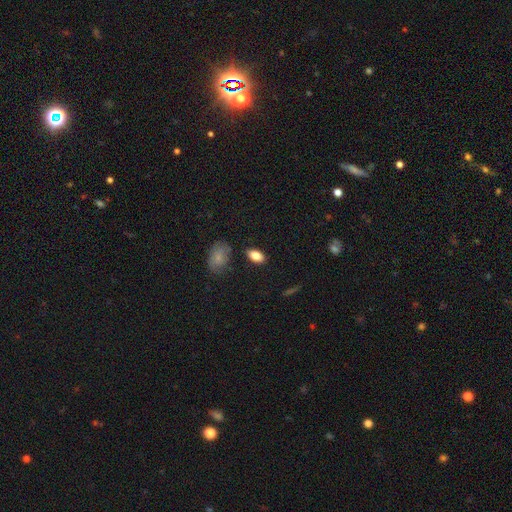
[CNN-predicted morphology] Smooth or featured? smooth (82%)
How rounded? in between (91%)
Merging? none (84%)